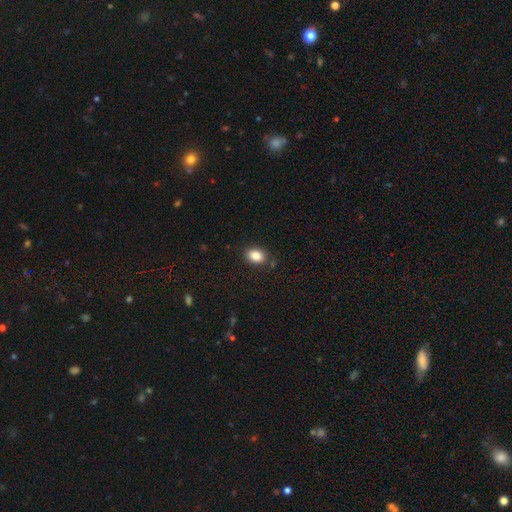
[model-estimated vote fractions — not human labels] Smooth or featured? smooth (84%)
How rounded? in between (70%)
Merging? none (85%)